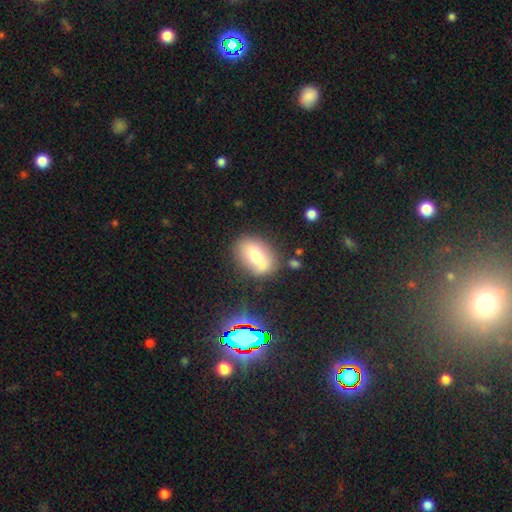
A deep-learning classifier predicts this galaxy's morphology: The model was most divided on "smooth or featured": smooth: 65%, featured or disk: 21%, star or artifact: 14%. More confident: how rounded — in between (77%); merging — none (65%).